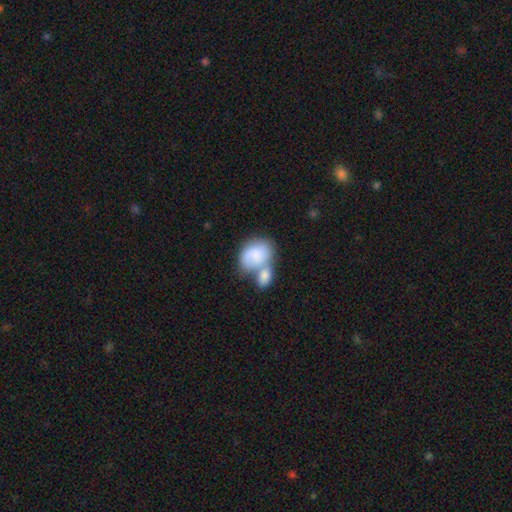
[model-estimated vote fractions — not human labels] This is likely a smooth galaxy (77%). How rounded: likely in between (72%). Merging: likely merger (63%).